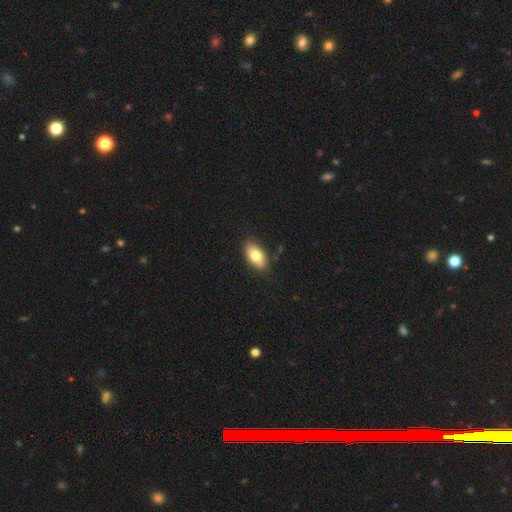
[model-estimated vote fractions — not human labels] This appears to be a smooth galaxy with no disk features (80%) that is in between round and cigar-shaped (92%). Merging: none (85%).